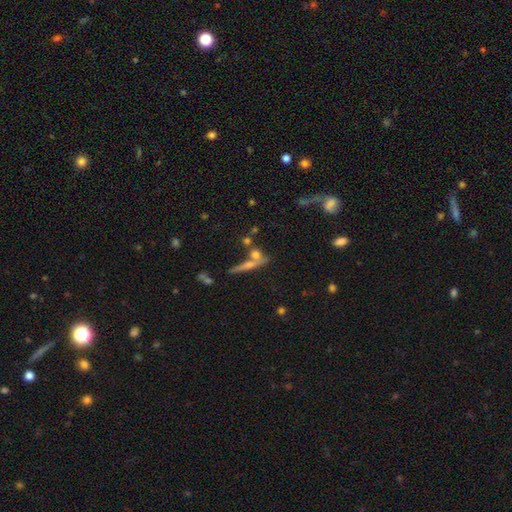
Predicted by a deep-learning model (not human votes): Smooth or featured?
  - smooth: 53% *
  - featured or disk: 35%
  - star or artifact: 12%
How rounded?
  - cigar-shaped: 53% *
  - round: 26%
  - in between: 21%
Merging?
  - none: 52% *
  - merger: 30%
  - minor disturbance: 12%
  - major disturbance: 6%